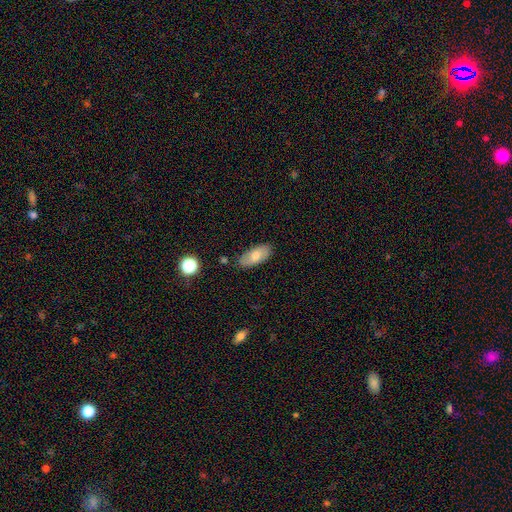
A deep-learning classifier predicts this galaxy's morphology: Smooth or featured: smooth — 67% (featured or disk — 26%)
How rounded: in between — 90% (cigar-shaped — 7%)
Merging: none — 79% (minor disturbance — 16%)